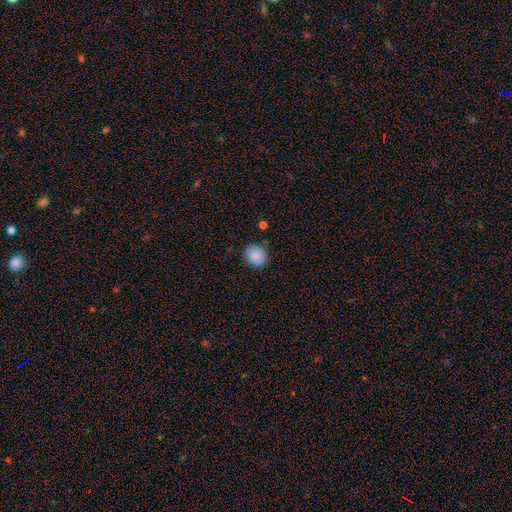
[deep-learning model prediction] Morphology: type=smooth (87%); roundness=round (73%); merging=none (82%).